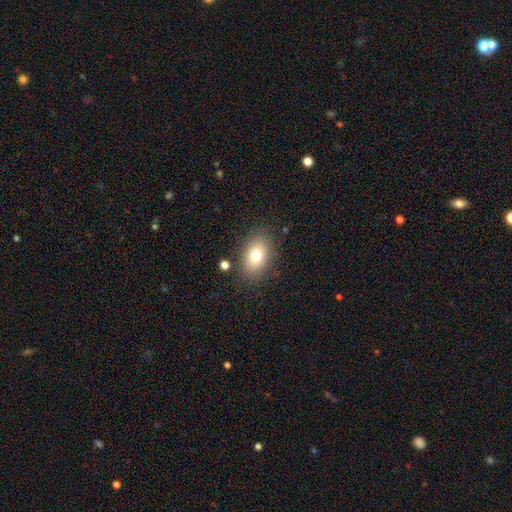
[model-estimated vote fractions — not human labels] This appears to be a smooth galaxy with no disk features (77%) that is in between round and cigar-shaped (85%). Merging: none (84%).